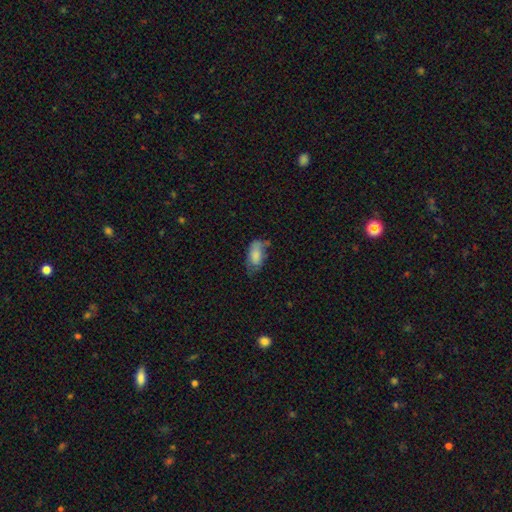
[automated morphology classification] smooth-or-featured: smooth: 79% | featured or disk: 13% | star or artifact: 8%
  how-rounded: in between: 92% | cigar-shaped: 4% | round: 4%
  merging: none: 47% | minor disturbance: 35% | major disturbance: 13% | merger: 5%